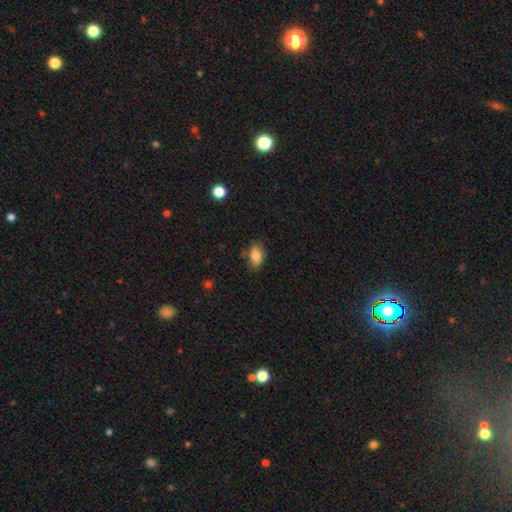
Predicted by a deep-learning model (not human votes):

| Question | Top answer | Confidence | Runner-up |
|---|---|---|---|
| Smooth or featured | smooth | 82% | featured or disk (9%) |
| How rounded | in between | 87% | round (11%) |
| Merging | none | 74% | minor disturbance (19%) |